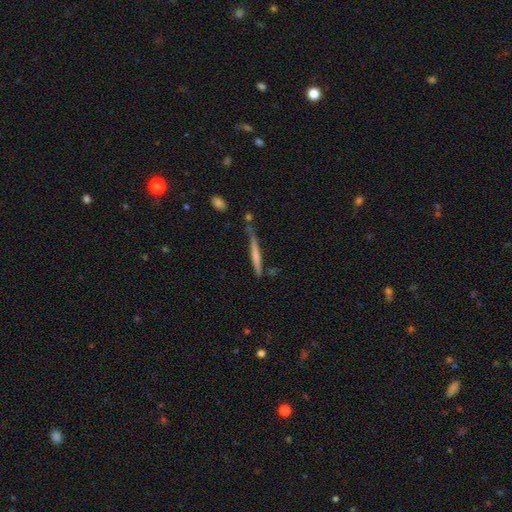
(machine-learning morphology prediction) smooth 54%, featured or disk 39%, star or artifact 6%. Down the decision tree: how rounded — cigar-shaped (95%); merging — none (64%).